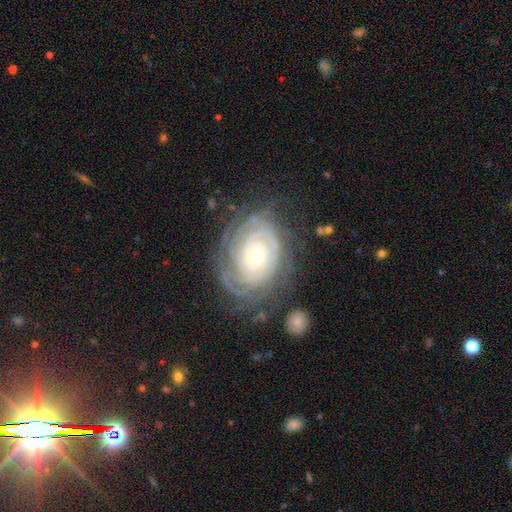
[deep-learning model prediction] A featured or disk galaxy (88%) with no bar (73%), tight (84%) spiral arms (96%) and a small central bulge (48%).

Vote fractions:
- Smooth or featured? featured or disk: 88% / smooth: 7% / star or artifact: 5%
- Edge-on disk? no: 97% / yes: 3%
- Bar? no: 73% / weak: 20% / strong: 7%
- Spiral arms? yes: 96% / no: 4%
- Spiral winding? tight: 84% / medium: 13% / loose: 3%
- Spiral arm count? can't tell: 38% / 3: 16% / 4: 16% / 2: 14% / more than 4: 10% / 1: 6%
- Bulge size? small: 48% / moderate: 47% / large: 3% / dominant: 1% / none: 1%
- Merging? none: 70% / minor disturbance: 18% / major disturbance: 9% / merger: 3%